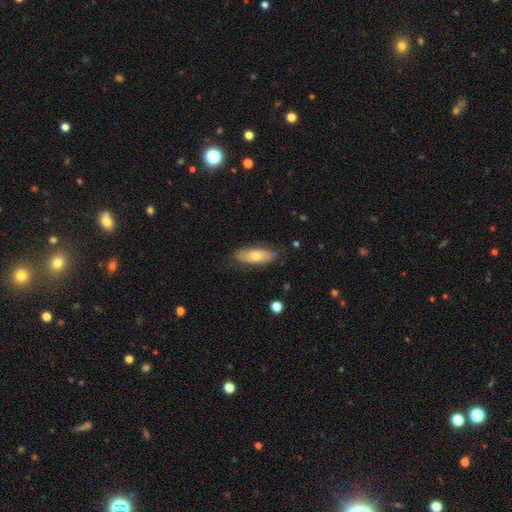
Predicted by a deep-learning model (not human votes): Overall: smooth (68%). How rounded: in between (69%). Merging: none (80%).